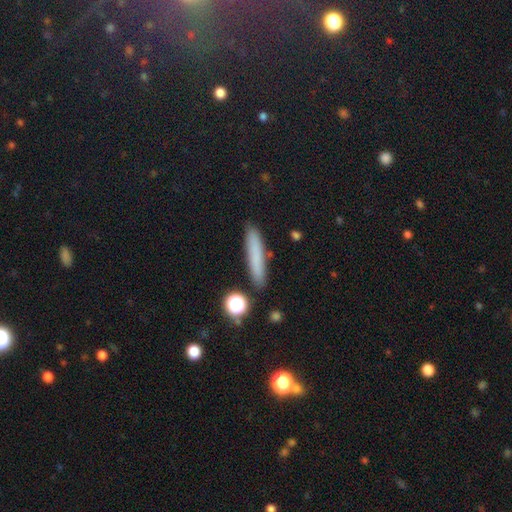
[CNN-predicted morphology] Smooth or featured?
  - smooth: 75% *
  - featured or disk: 14%
  - star or artifact: 11%
How rounded?
  - cigar-shaped: 90% *
  - in between: 8%
  - round: 2%
Merging?
  - none: 86% *
  - minor disturbance: 9%
  - merger: 3%
  - major disturbance: 2%